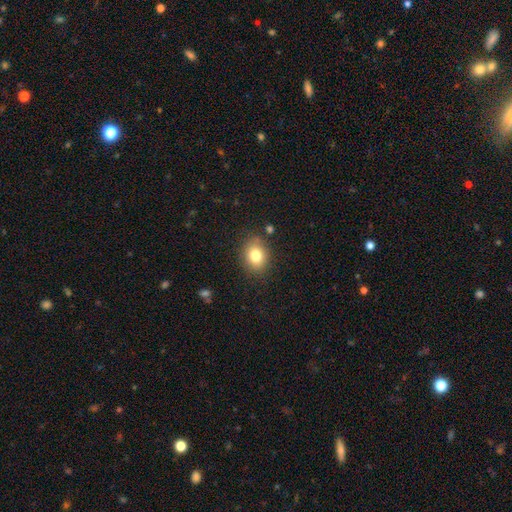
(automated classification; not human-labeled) A smooth galaxy with no disk features (80%) that is round (50%).

Vote fractions:
- Smooth or featured? smooth: 80% / star or artifact: 11% / featured or disk: 10%
- How rounded? round: 50% / in between: 49% / cigar-shaped: 1%
- Merging? none: 84% / minor disturbance: 11% / major disturbance: 3% / merger: 2%